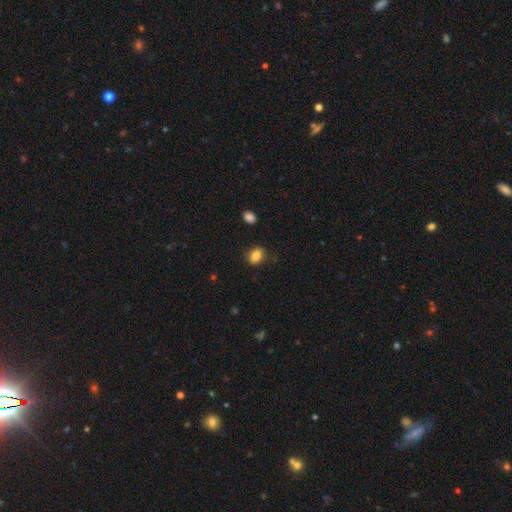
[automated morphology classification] The model was most divided on "how rounded": in between: 69%, round: 30%, cigar-shaped: 1%. More confident: smooth or featured — smooth (87%); merging — none (80%).